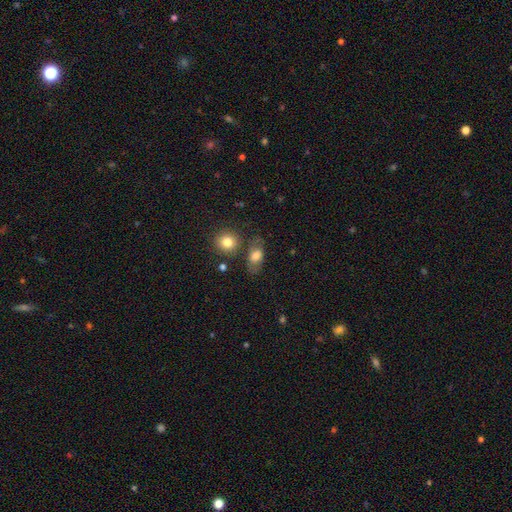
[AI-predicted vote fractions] smooth_or_featured: smooth (p=0.68) [alt: featured or disk p=0.23]
how_rounded: in between (p=0.80) [alt: round p=0.16]
merging: none (p=0.66) [alt: minor disturbance p=0.18]